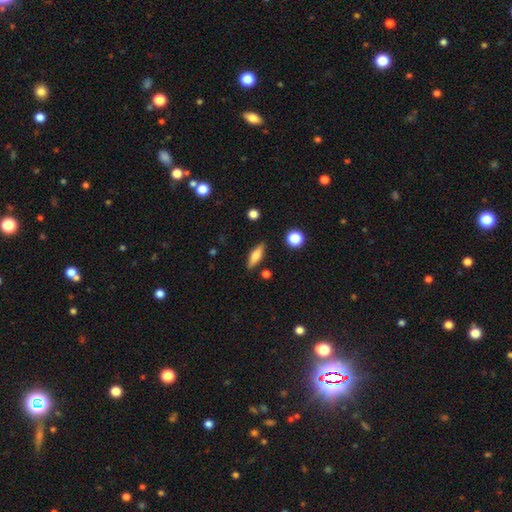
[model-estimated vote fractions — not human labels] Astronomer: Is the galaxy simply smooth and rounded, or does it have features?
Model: smooth — 62%.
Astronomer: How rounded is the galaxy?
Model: cigar-shaped — 49% (runner-up: in between, 47%).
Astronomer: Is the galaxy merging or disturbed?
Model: none — 84%.